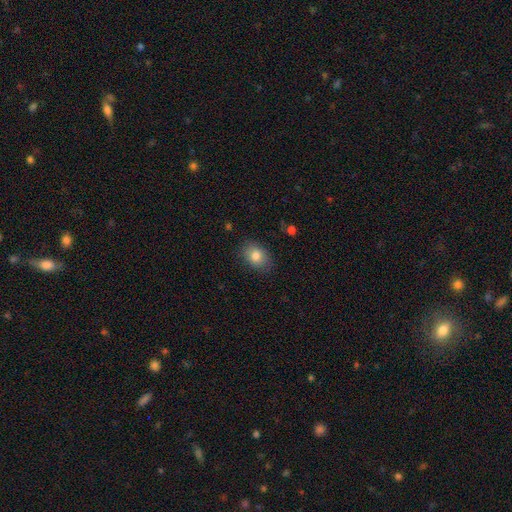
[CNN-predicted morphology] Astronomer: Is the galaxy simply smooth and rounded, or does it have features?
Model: smooth — 82%.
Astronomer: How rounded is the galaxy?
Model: in between — 74%.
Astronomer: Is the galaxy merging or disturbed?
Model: none — 83%.